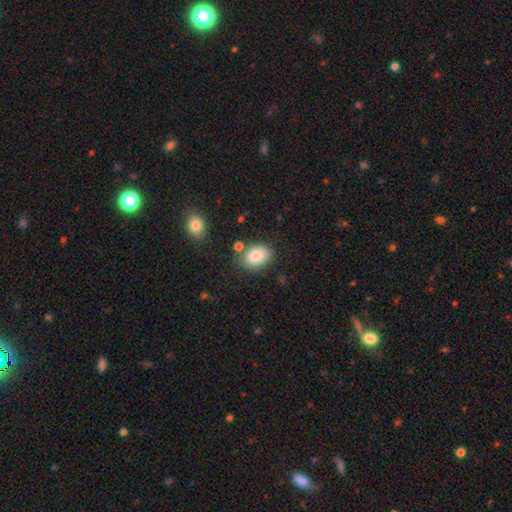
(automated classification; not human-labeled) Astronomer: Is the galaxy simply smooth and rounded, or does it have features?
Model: smooth — 84%.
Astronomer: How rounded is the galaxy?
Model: in between — 79%.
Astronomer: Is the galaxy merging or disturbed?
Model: none — 73%.